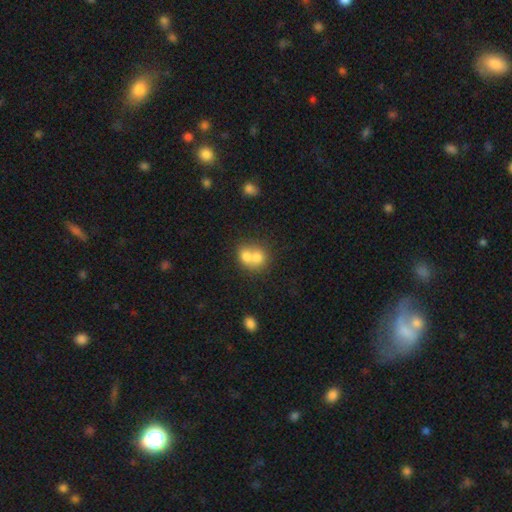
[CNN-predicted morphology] Q: Smooth or featured?
A: smooth (66%); runner-up: featured or disk (23%)
Q: How rounded?
A: round (69%); runner-up: in between (30%)
Q: Merging?
A: merger (68%); runner-up: none (24%)